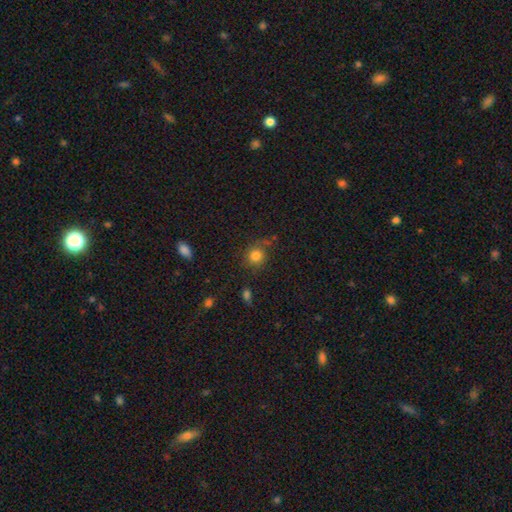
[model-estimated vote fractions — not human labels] Q: Smooth or featured?
A: smooth (81%); runner-up: star or artifact (12%)
Q: How rounded?
A: round (86%); runner-up: in between (13%)
Q: Merging?
A: none (72%); runner-up: minor disturbance (17%)